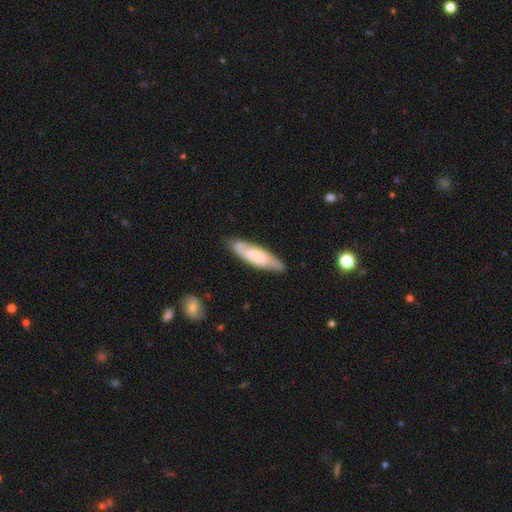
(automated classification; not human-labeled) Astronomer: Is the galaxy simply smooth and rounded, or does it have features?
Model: featured or disk — 55% (runner-up: smooth, 39%).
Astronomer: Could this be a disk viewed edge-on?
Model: no — 70%.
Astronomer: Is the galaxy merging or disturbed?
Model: none — 79%.